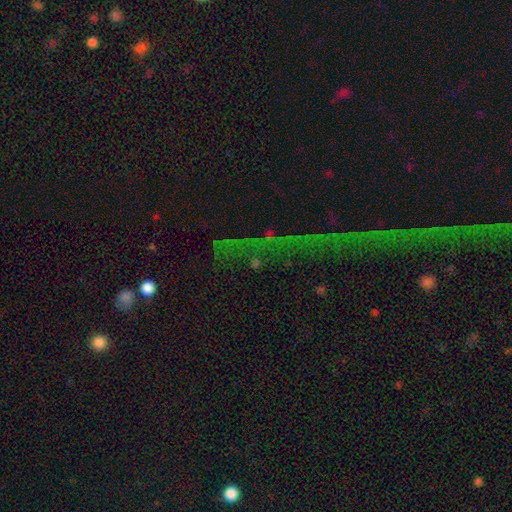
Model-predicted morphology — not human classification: smooth-or-featured: star or artifact: 76% | featured or disk: 12% | smooth: 12%